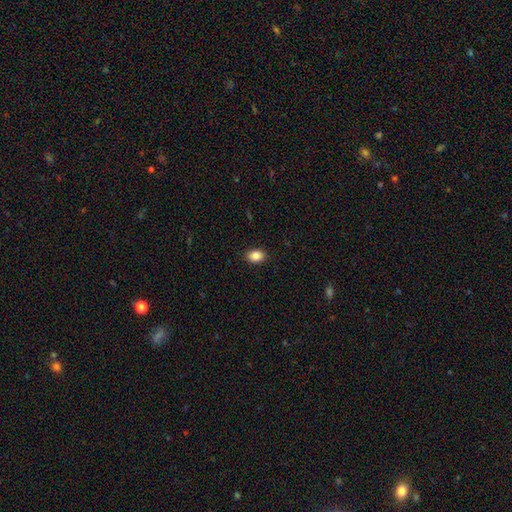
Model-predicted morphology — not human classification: Smooth or featured: smooth — 86% (star or artifact — 9%)
How rounded: in between — 76% (round — 23%)
Merging: none — 90% (minor disturbance — 7%)